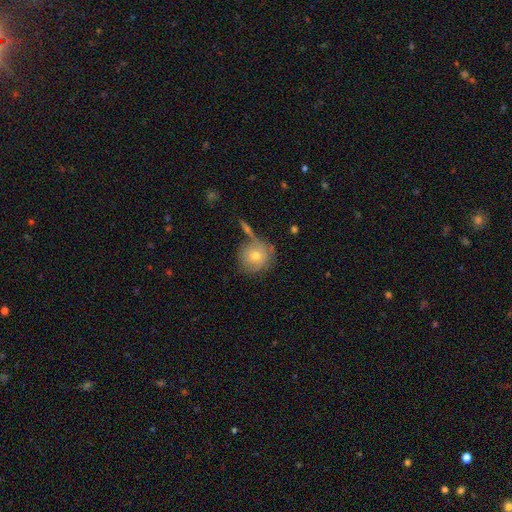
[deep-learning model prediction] Q: Smooth or featured?
A: smooth (60%); runner-up: featured or disk (30%)
Q: How rounded?
A: round (89%); runner-up: in between (10%)
Q: Merging?
A: none (63%); runner-up: minor disturbance (17%)